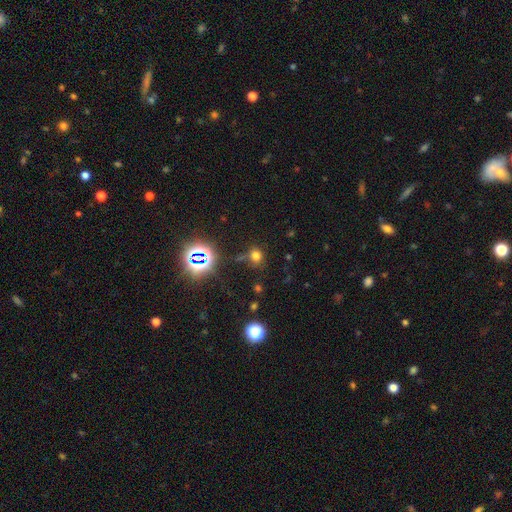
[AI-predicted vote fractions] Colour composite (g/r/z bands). It shows a smooth galaxy with no disk features (60%) that is round (73%). Merging: none (66%).